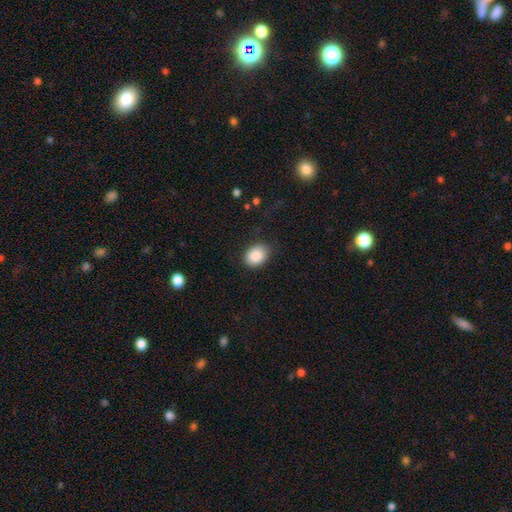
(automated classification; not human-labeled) The model was most divided on "how rounded": in between: 62%, round: 37%, cigar-shaped: 1%. More confident: smooth or featured — smooth (88%); merging — none (78%).